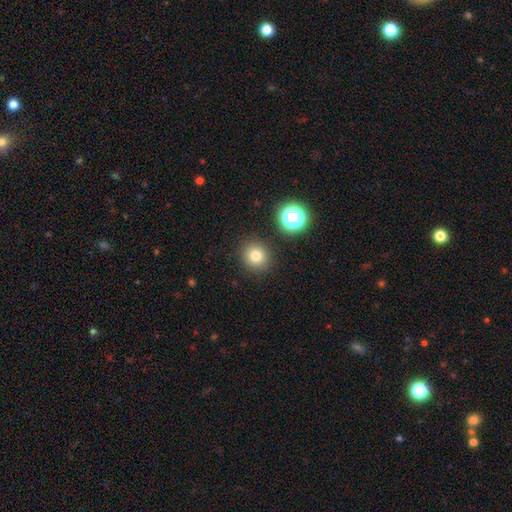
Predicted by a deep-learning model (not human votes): Smooth or featured? Predicted: smooth (p=0.78). How rounded? Predicted: round (p=0.89). Merging? Predicted: none (p=0.87).